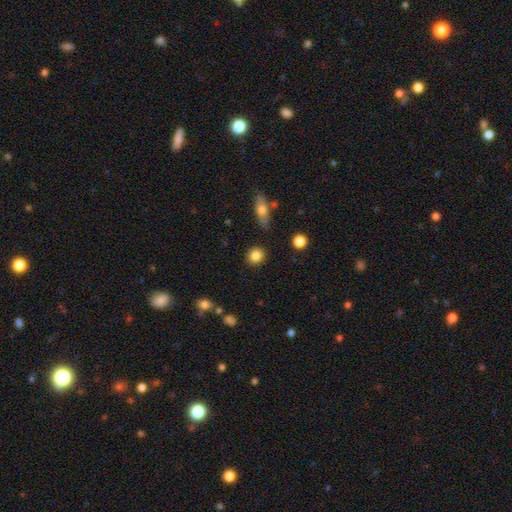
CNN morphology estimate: smooth_or_featured: smooth (p=0.84) [alt: star or artifact p=0.09]
how_rounded: round (p=0.78) [alt: in between p=0.21]
merging: none (p=0.88) [alt: minor disturbance p=0.07]